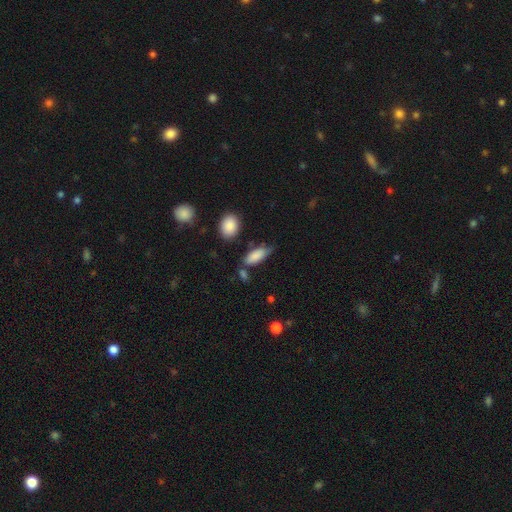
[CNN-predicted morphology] smooth-or-featured: smooth: 84% | featured or disk: 9% | star or artifact: 7%
  how-rounded: in between: 79% | cigar-shaped: 18% | round: 3%
  merging: none: 58% | minor disturbance: 28% | merger: 7% | major disturbance: 7%